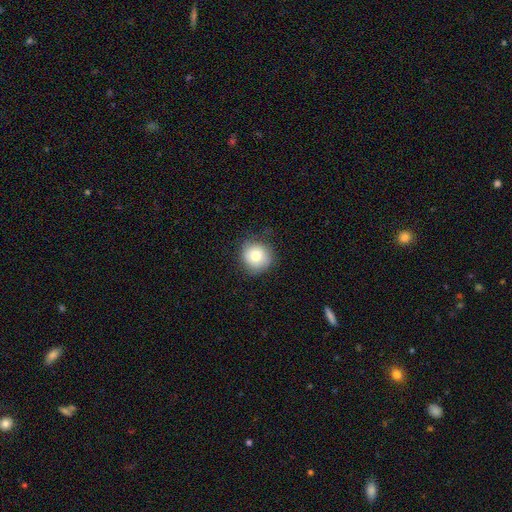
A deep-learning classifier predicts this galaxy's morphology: A smooth galaxy with no disk features (76%) that is round (92%). Merging: none (79%).